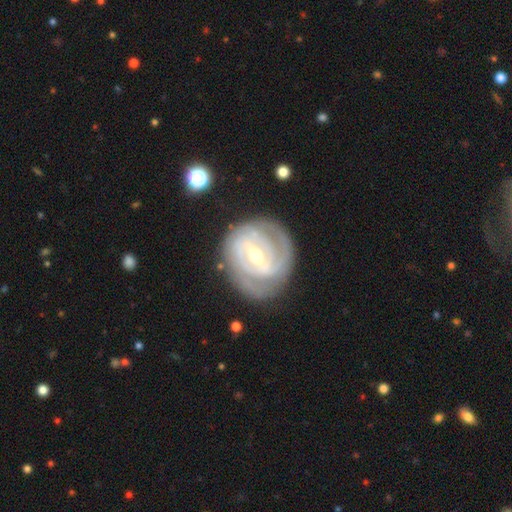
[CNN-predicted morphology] Q: Smooth or featured?
A: featured or disk (86%); runner-up: smooth (9%)
Q: Edge-on disk?
A: no (97%); runner-up: yes (3%)
Q: Bar?
A: weak (45%); runner-up: strong (40%)
Q: Spiral arms?
A: yes (93%); runner-up: no (7%)
Q: Spiral winding?
A: tight (72%); runner-up: medium (23%)
Q: Spiral arm count?
A: 2 (42%); runner-up: can't tell (26%)
Q: Bulge size?
A: moderate (58%); runner-up: small (37%)
Q: Merging?
A: none (77%); runner-up: minor disturbance (16%)